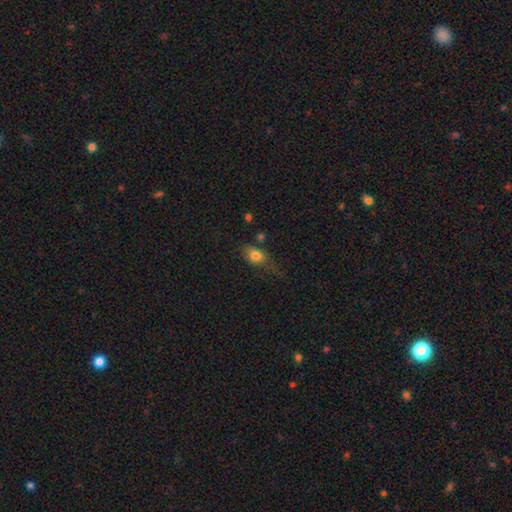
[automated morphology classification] Smooth or featured: smooth — 78% (featured or disk — 13%)
How rounded: in between — 71% (round — 24%)
Merging: none — 45% (minor disturbance — 30%)